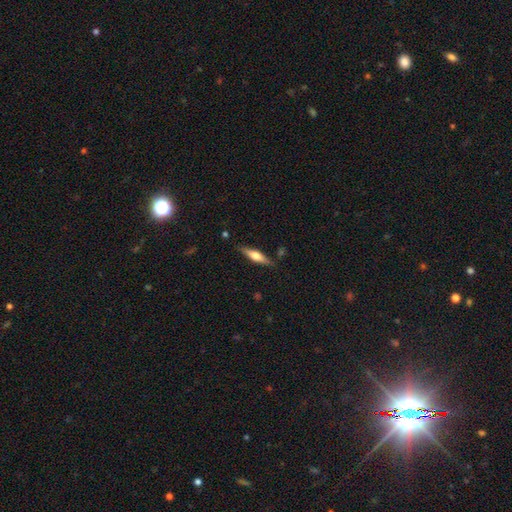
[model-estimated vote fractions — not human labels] smooth_or_featured: featured or disk (p=0.50) [alt: smooth p=0.45]
merging: none (p=0.84) [alt: minor disturbance p=0.11]